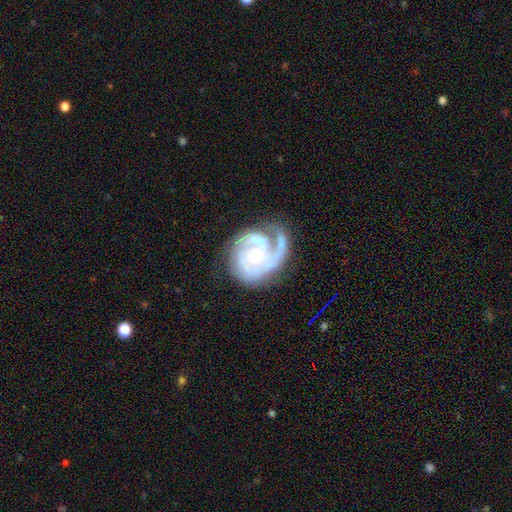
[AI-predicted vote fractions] This is clearly a featured or disk galaxy (89%). It is clearly not viewed edge-on (98%). Bar: likely no (70%). Spiral arm pattern: clearly yes (96%). Spiral arm count: marginally 3 (40%). Spiral winding: possibly tight (58%). Central bulge: possibly small (49%). Merging: possibly none (54%).